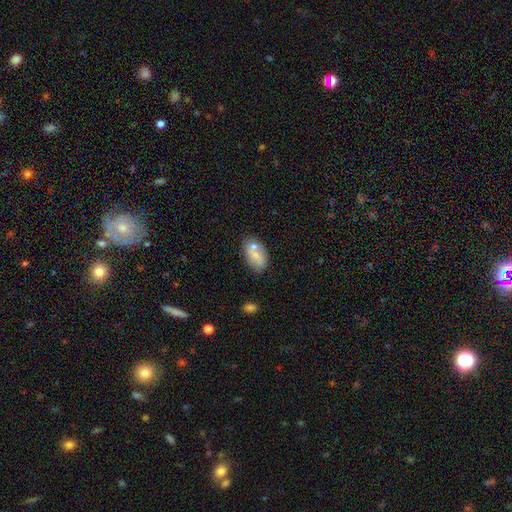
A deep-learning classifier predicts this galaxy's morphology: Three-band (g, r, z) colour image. It shows a smooth galaxy with no disk features (68%) that is in between round and cigar-shaped (90%). Merging: none (57%).